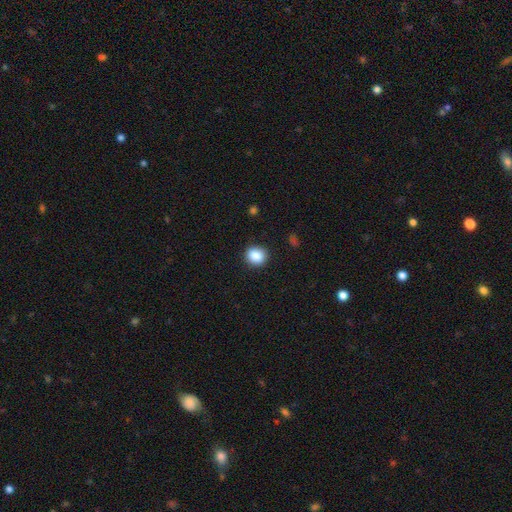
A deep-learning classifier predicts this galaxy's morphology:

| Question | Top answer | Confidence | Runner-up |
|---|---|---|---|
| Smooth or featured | smooth | 87% | star or artifact (9%) |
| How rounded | round | 76% | in between (23%) |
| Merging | none | 89% | minor disturbance (8%) |